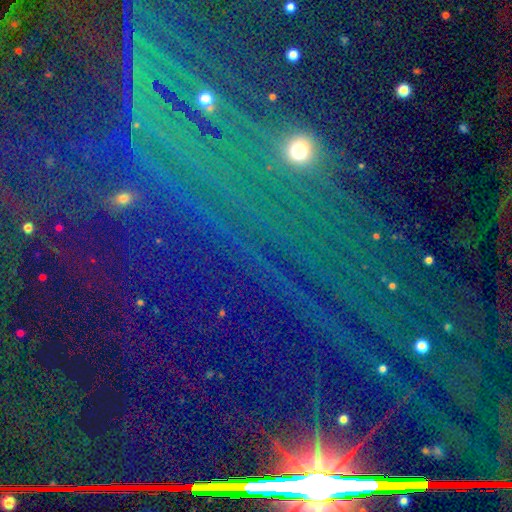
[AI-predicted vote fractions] The model was most divided on "smooth or featured": star or artifact: 85%, smooth: 8%, featured or disk: 7%.